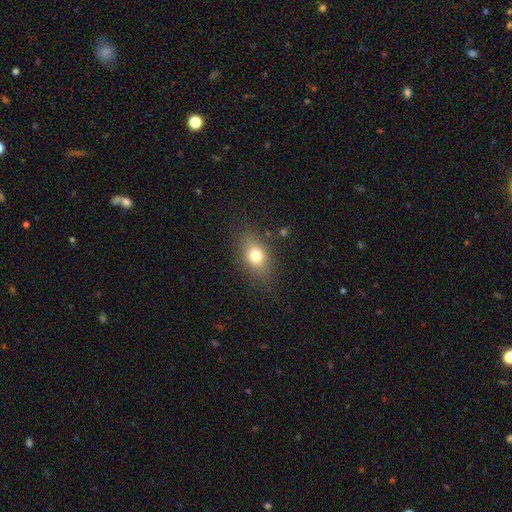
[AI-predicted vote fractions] Morphology: type=smooth (74%); roundness=in between (68%); merging=none (80%).